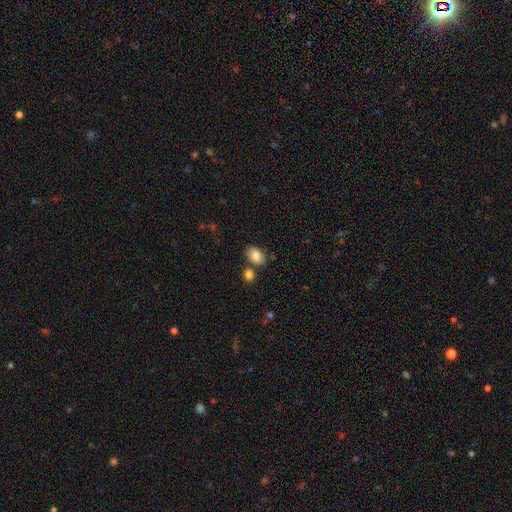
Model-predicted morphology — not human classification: smooth-or-featured: smooth: 85% | star or artifact: 8% | featured or disk: 7%
  how-rounded: in between: 81% | round: 18% | cigar-shaped: 1%
  merging: none: 70% | merger: 14% | minor disturbance: 13% | major disturbance: 3%